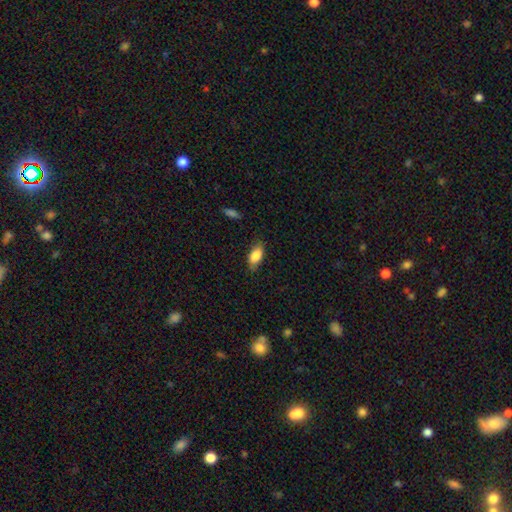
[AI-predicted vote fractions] Smooth or featured? Predicted: smooth (p=0.84). How rounded? Predicted: in between (p=0.87). Merging? Predicted: none (p=0.77).